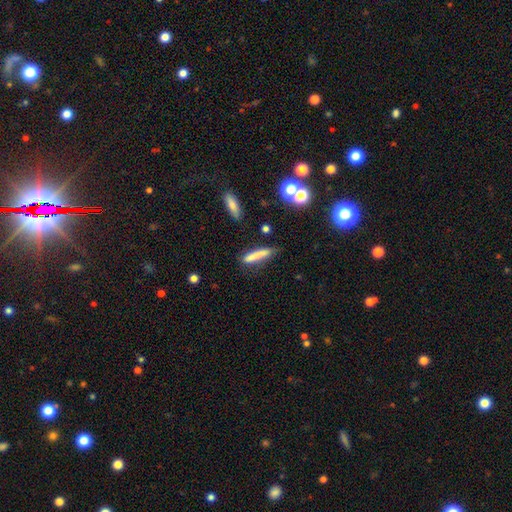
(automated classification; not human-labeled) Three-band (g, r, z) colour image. It shows a smooth galaxy with no disk features (78%) that is cigar-shaped (88%). Merging: none (72%).